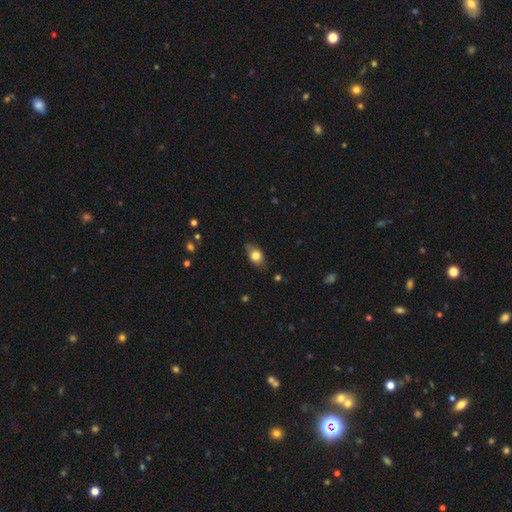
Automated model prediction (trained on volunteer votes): The model was most divided on "merging": none: 73%, minor disturbance: 21%, major disturbance: 4%, merger: 1%. More confident: smooth or featured — smooth (76%); how rounded — in between (74%).